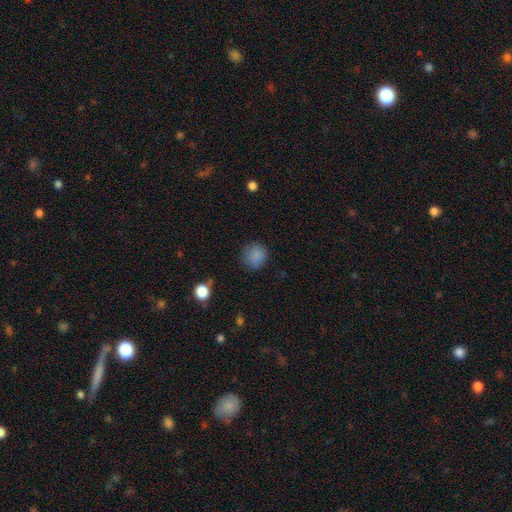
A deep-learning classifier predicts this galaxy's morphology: smooth_or_featured: smooth (p=0.85) [alt: star or artifact p=0.11]
how_rounded: round (p=0.88) [alt: in between p=0.11]
merging: none (p=0.80) [alt: minor disturbance p=0.15]